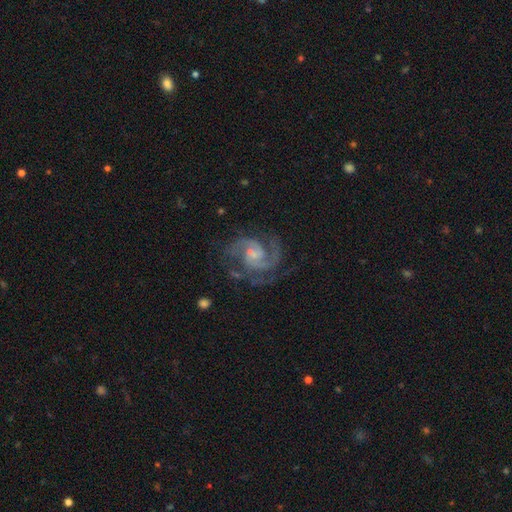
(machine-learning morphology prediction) The model was most divided on "bar": no: 51%, weak: 41%, strong: 8%. More confident: edge-on disk — no (98%); spiral arms — yes (98%); smooth or featured — featured or disk (92%); merging — none (67%); bulge size — small (60%); spiral arm count — 2 (60%); spiral winding — medium (54%).